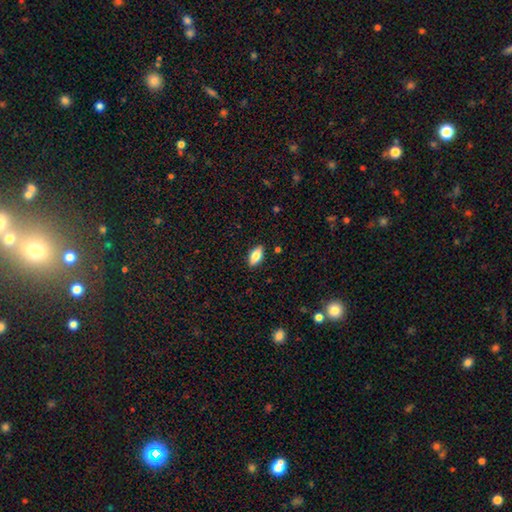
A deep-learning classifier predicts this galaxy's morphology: smooth-or-featured: smooth: 73% | featured or disk: 20% | star or artifact: 7%
  how-rounded: in between: 83% | cigar-shaped: 14% | round: 3%
  merging: none: 88% | minor disturbance: 9% | major disturbance: 2% | merger: 1%